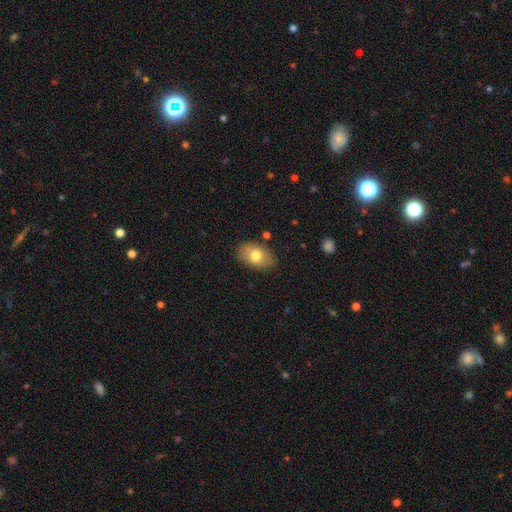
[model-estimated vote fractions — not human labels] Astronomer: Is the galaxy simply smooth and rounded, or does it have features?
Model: smooth — 74%.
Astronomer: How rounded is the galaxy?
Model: in between — 87%.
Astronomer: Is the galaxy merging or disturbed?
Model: none — 82%.